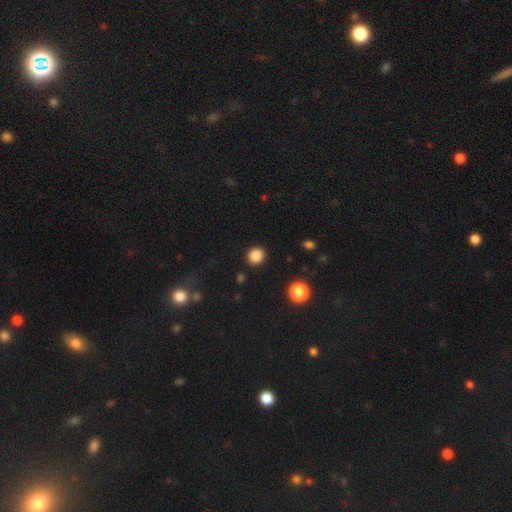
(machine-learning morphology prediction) Smooth or featured? smooth (86%)
How rounded? round (85%)
Merging? none (90%)